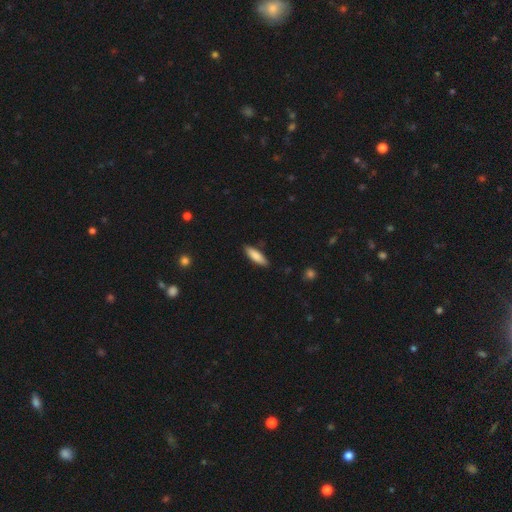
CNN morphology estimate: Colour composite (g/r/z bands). It shows a smooth galaxy with no disk features (83%) that is cigar-shaped (53%). Merging: none (85%).